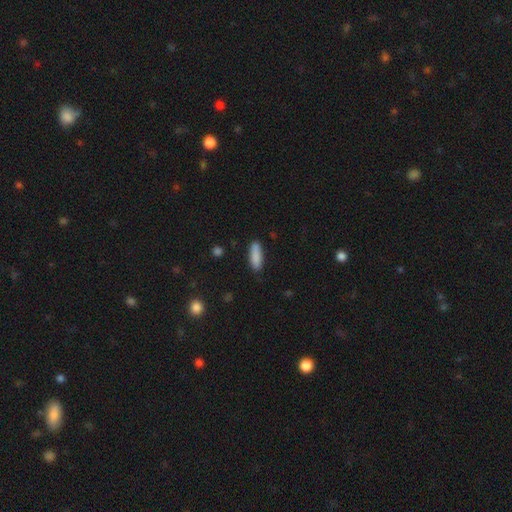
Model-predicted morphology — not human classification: smooth_or_featured: smooth (p=0.87) [alt: star or artifact p=0.07]
how_rounded: cigar-shaped (p=0.56) [alt: in between p=0.42]
merging: none (p=0.85) [alt: minor disturbance p=0.11]